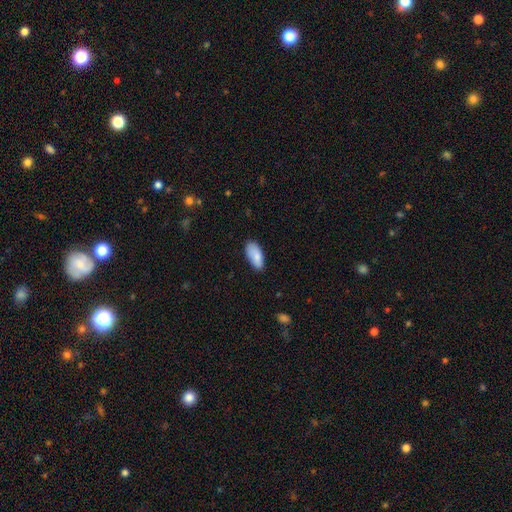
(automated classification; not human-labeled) smooth-or-featured: smooth: 84% | featured or disk: 9% | star or artifact: 6%
  how-rounded: in between: 89% | cigar-shaped: 9% | round: 2%
  merging: none: 77% | minor disturbance: 18% | major disturbance: 3% | merger: 2%